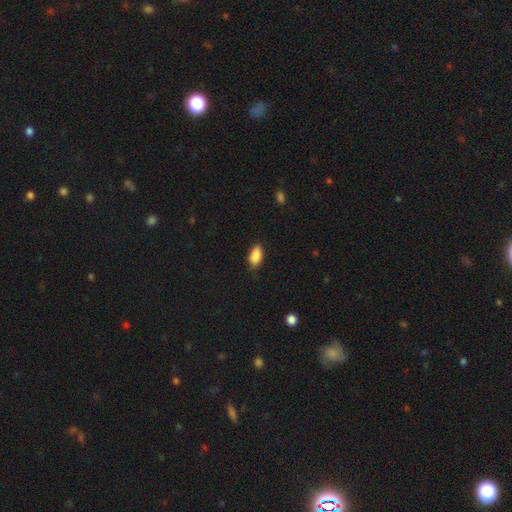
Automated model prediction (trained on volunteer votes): smooth_or_featured: smooth (p=0.89) [alt: star or artifact p=0.07]
how_rounded: in between (p=0.92) [alt: round p=0.04]
merging: none (p=0.81) [alt: minor disturbance p=0.15]